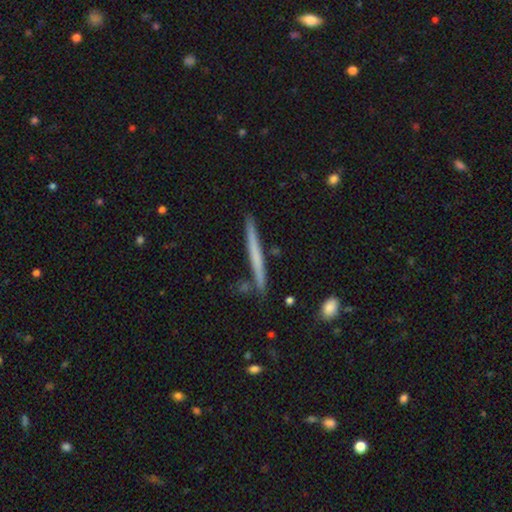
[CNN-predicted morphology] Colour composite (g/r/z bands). It shows a smooth galaxy with no disk features (48%). Merging: none (89%).